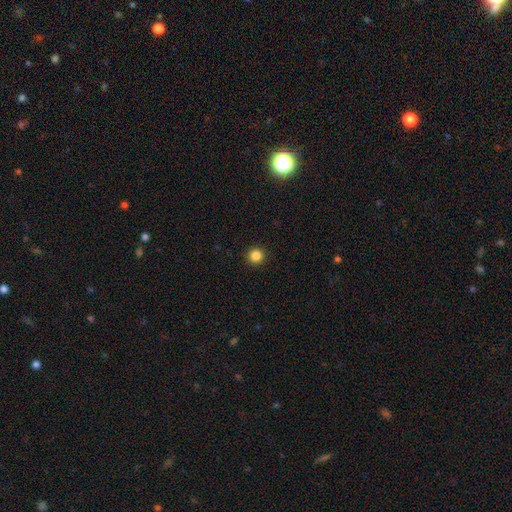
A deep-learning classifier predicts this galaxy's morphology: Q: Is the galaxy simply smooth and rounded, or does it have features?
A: smooth — 85%.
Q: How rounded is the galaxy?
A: round — 96%.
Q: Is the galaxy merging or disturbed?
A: none — 94%.